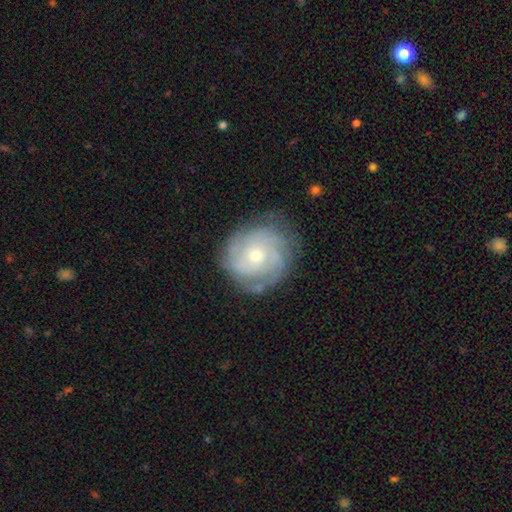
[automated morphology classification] Smooth or featured? featured or disk (74%)
Edge-on disk? no (97%)
Bar? no (79%)
Spiral arms? yes (88%)
Spiral winding? tight (66%)
Spiral arm count? can't tell (42%)
Bulge size? small (53%)
Merging? none (72%)